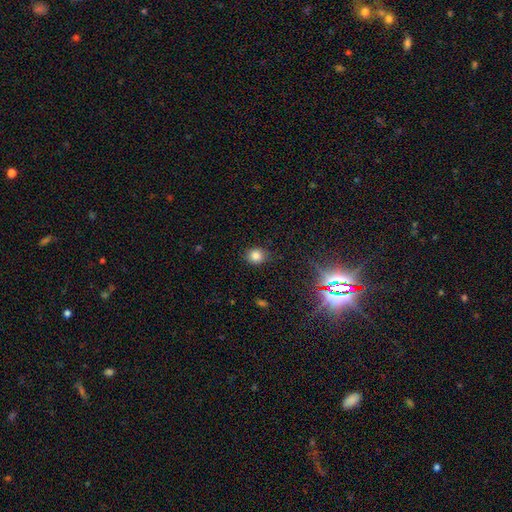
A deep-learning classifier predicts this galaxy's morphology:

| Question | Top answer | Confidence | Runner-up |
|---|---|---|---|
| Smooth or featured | smooth | 80% | star or artifact (15%) |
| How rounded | round | 78% | in between (21%) |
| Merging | none | 83% | minor disturbance (12%) |